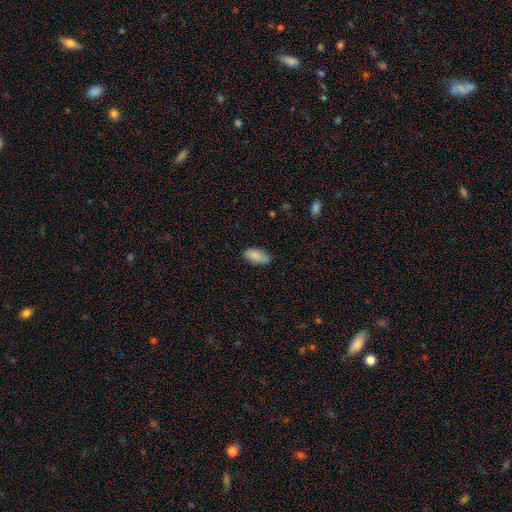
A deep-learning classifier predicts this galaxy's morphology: Smooth or featured? Predicted: smooth (p=0.87). How rounded? Predicted: in between (p=0.90). Merging? Predicted: none (p=0.83).